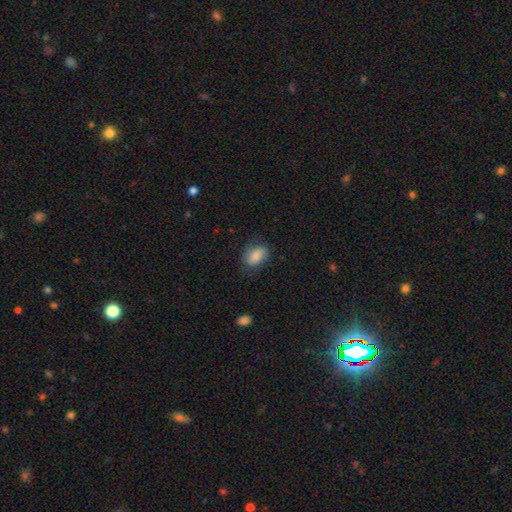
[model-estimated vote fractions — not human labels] smooth 76%, featured or disk 16%, star or artifact 8%. Down the decision tree: how rounded — in between (84%); merging — none (66%).